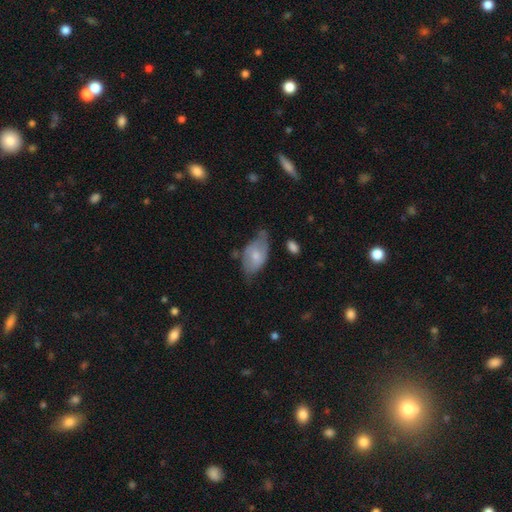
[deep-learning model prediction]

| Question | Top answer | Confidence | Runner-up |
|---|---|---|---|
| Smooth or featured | smooth | 54% | featured or disk (40%) |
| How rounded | in between | 91% | round (6%) |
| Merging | none | 44% | minor disturbance (39%) |